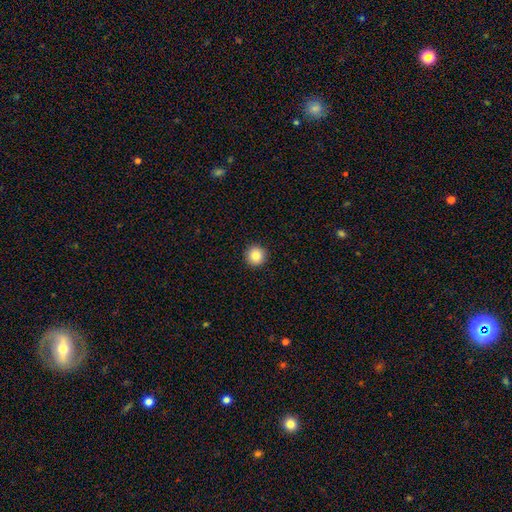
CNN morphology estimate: Smooth or featured? smooth (85%)
How rounded? round (96%)
Merging? none (93%)